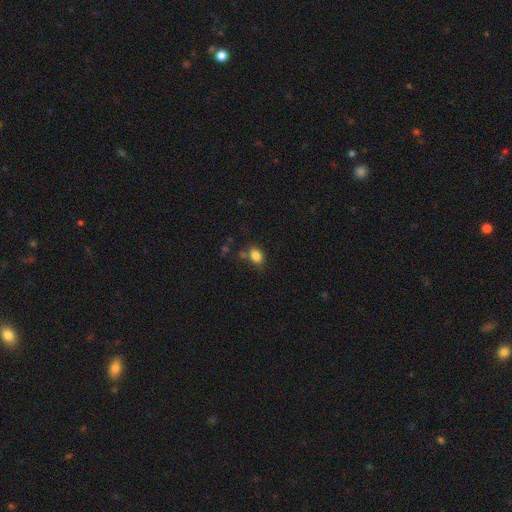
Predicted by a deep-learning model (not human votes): A smooth galaxy with no disk features (83%) that is in between round and cigar-shaped (73%).

Vote fractions:
- Smooth or featured? smooth: 83% / star or artifact: 10% / featured or disk: 6%
- How rounded? in between: 73% / round: 25% / cigar-shaped: 1%
- Merging? none: 67% / minor disturbance: 19% / merger: 9% / major disturbance: 6%